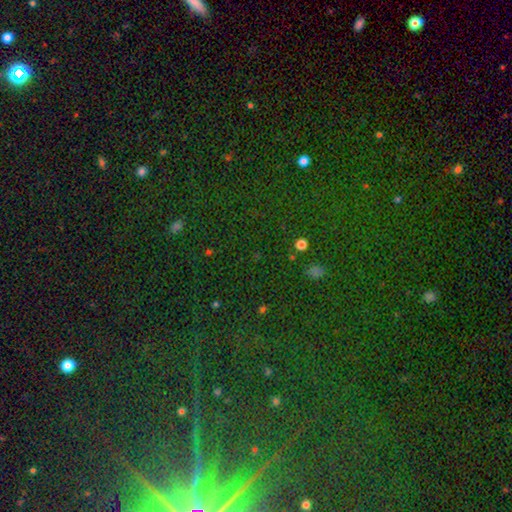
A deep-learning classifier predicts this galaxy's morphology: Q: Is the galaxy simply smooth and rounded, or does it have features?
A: star or artifact — 79%.